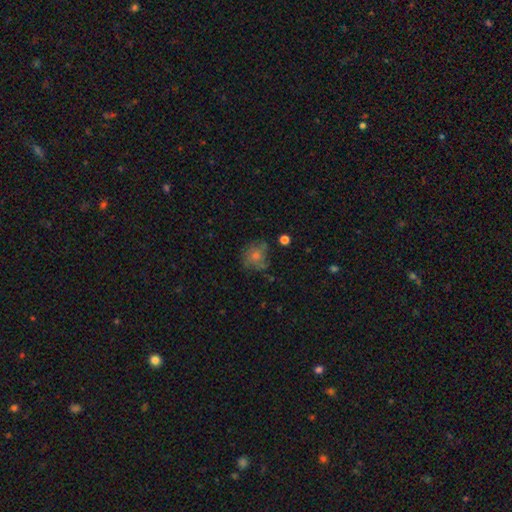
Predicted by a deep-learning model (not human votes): Smooth or featured: smooth — 50% (featured or disk — 29%)
How rounded: round — 78% (in between — 20%)
Merging: none — 64% (minor disturbance — 21%)